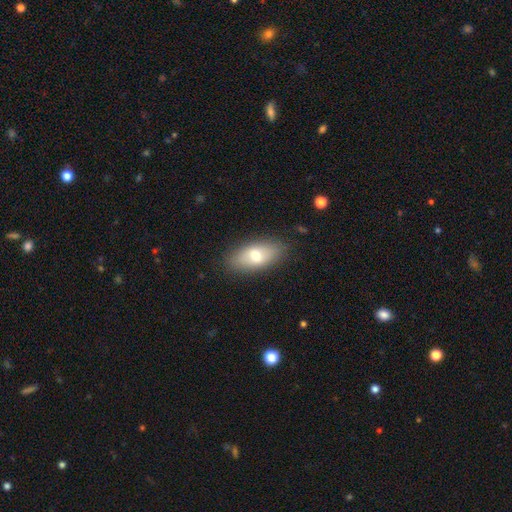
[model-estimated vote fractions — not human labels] A smooth galaxy with no disk features (69%) that is in between round and cigar-shaped (86%).

Vote fractions:
- Smooth or featured? smooth: 69% / featured or disk: 24% / star or artifact: 7%
- How rounded? in between: 86% / cigar-shaped: 10% / round: 4%
- Merging? none: 86% / minor disturbance: 10% / major disturbance: 3% / merger: 1%